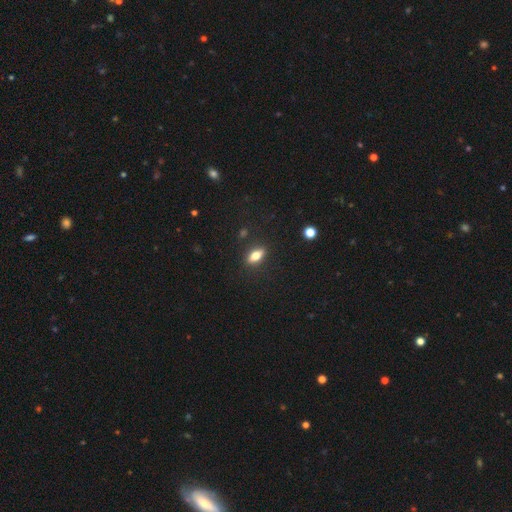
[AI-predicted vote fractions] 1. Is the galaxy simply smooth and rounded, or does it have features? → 72% smooth, 19% featured or disk, 9% star or artifact.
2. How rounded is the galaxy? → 78% in between, 16% cigar-shaped, 6% round.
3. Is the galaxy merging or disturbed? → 86% none, 9% minor disturbance, 3% major disturbance, 2% merger.